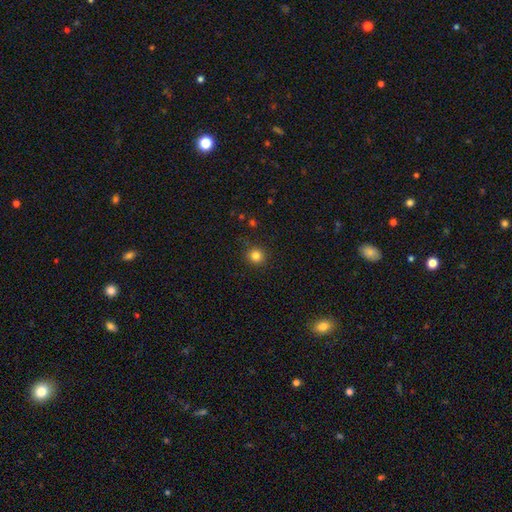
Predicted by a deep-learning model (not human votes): This is clearly a smooth galaxy (82%). How rounded: clearly round (93%). Merging: clearly none (90%).